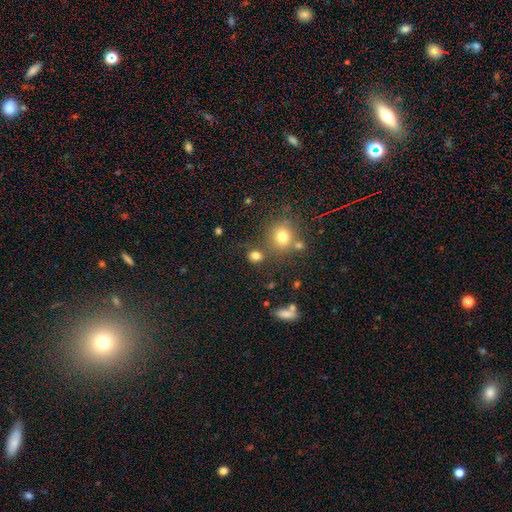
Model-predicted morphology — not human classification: Smooth or featured: smooth — 77% (star or artifact — 16%)
How rounded: round — 72% (in between — 26%)
Merging: none — 72% (merger — 12%)